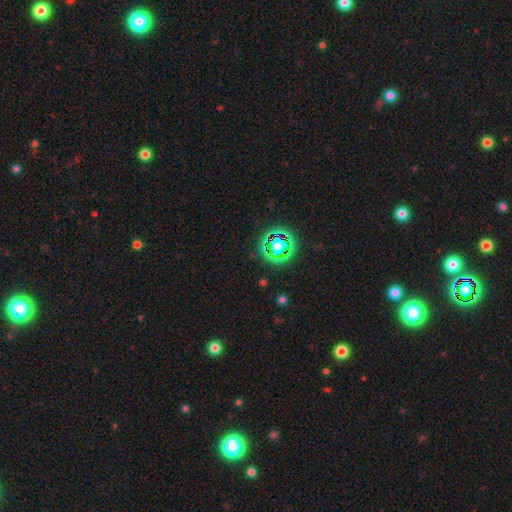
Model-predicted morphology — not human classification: A star or artifact, not a galaxy (75%).

Vote fractions:
- Smooth or featured? star or artifact: 75% / smooth: 17% / featured or disk: 9%